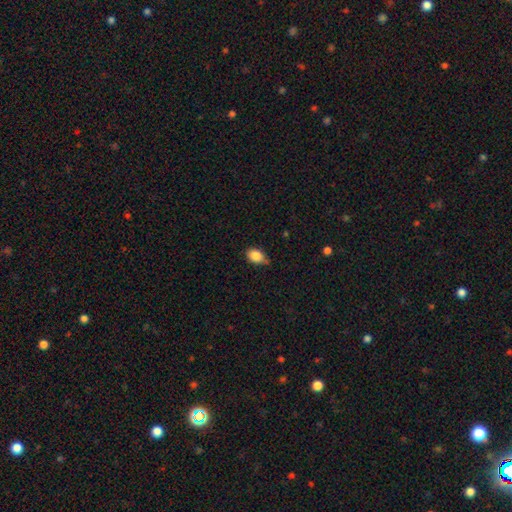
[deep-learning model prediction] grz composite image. It shows a smooth galaxy with no disk features (85%) that is in between round and cigar-shaped (79%). Merging: none (58%).